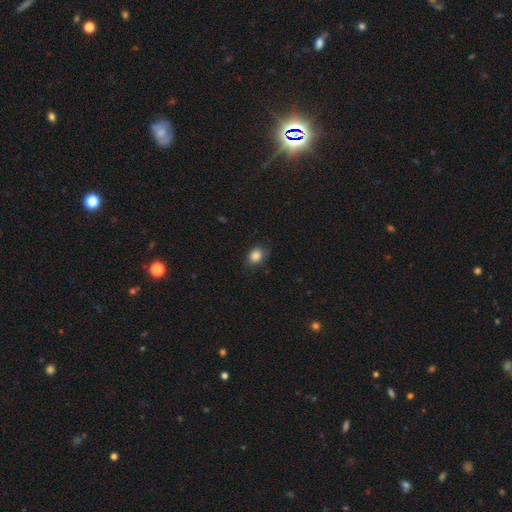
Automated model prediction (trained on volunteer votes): Overall: smooth (85%). How rounded: in between (55%; round 44%). Merging: none (75%).